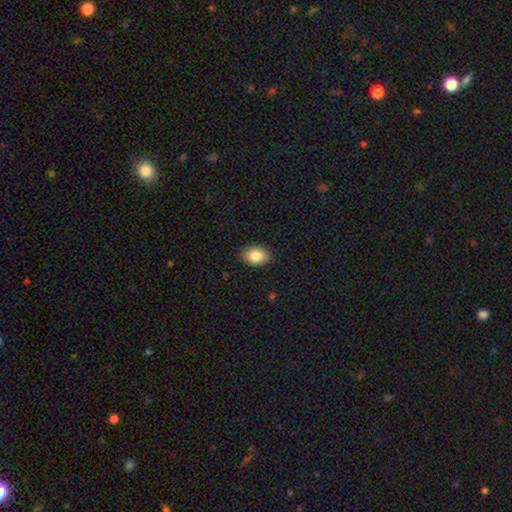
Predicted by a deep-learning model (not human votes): The model was most divided on "how rounded": in between: 78%, round: 21%, cigar-shaped: 1%. More confident: merging — none (87%); smooth or featured — smooth (85%).